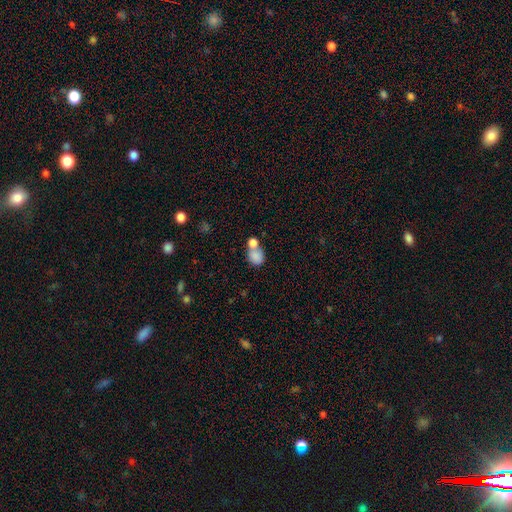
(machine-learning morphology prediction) This appears to be a smooth galaxy with no disk features (82%) that is round (60%). Merging: merger (45%).